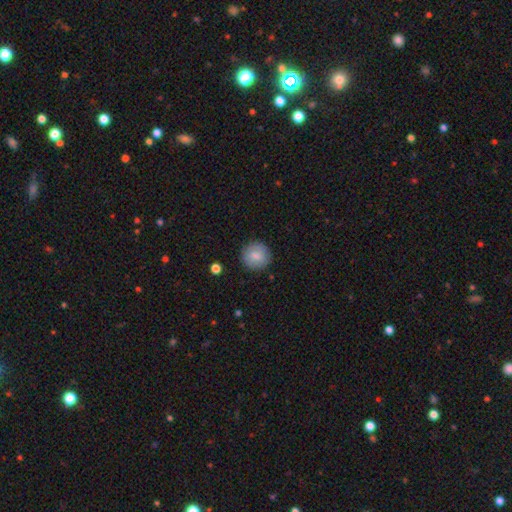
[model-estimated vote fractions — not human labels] smooth 81%, featured or disk 12%, star or artifact 7%. Down the decision tree: how rounded — round (92%); merging — none (88%).